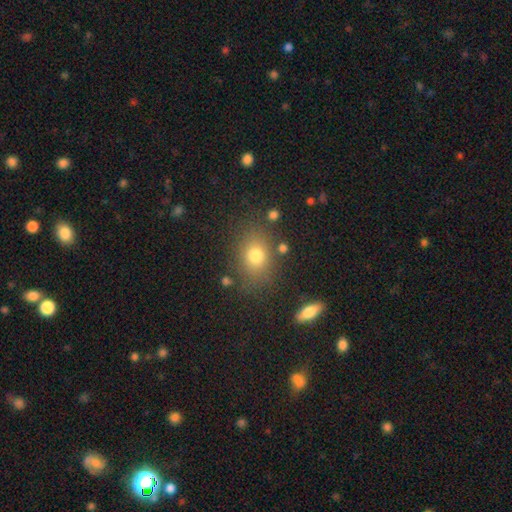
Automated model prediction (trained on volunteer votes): A smooth galaxy with no disk features (75%) that is in between round and cigar-shaped (59%). Merging: none (78%).